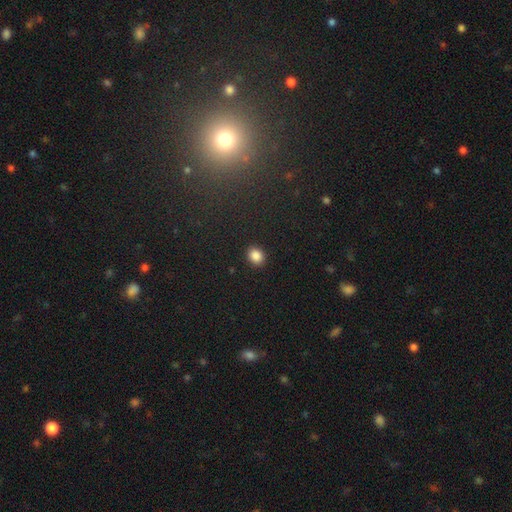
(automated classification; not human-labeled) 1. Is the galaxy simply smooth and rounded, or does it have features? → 86% smooth, 10% star or artifact, 4% featured or disk.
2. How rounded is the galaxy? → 54% round, 45% in between, 1% cigar-shaped.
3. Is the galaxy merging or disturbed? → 90% none, 7% minor disturbance, 2% major disturbance, 1% merger.